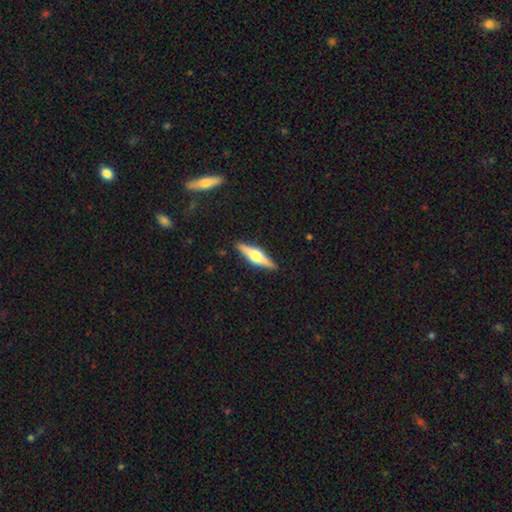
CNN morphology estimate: Smooth or featured? Predicted: featured or disk (p=0.68). Edge-on disk? Predicted: yes (p=0.97). Edge-on bulge? Predicted: rounded (p=0.90). Merging? Predicted: none (p=0.90).